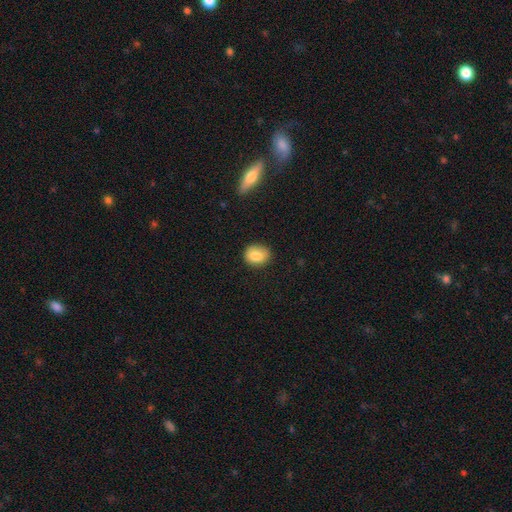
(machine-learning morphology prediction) A smooth galaxy with no disk features (84%) that is round (51%).

Vote fractions:
- Smooth or featured? smooth: 84% / star or artifact: 9% / featured or disk: 8%
- How rounded? round: 51% / in between: 47% / cigar-shaped: 1%
- Merging? none: 76% / minor disturbance: 18% / major disturbance: 4% / merger: 2%